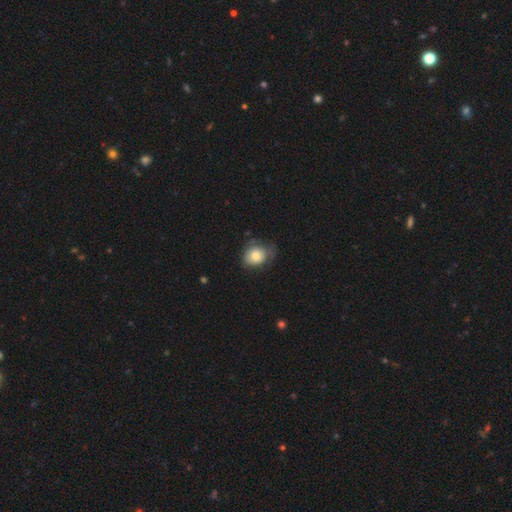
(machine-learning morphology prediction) A smooth galaxy with no disk features (77%) that is round (50%).

Vote fractions:
- Smooth or featured? smooth: 77% / featured or disk: 15% / star or artifact: 8%
- How rounded? round: 50% / in between: 49% / cigar-shaped: 1%
- Merging? none: 48% / minor disturbance: 36% / major disturbance: 14% / merger: 2%